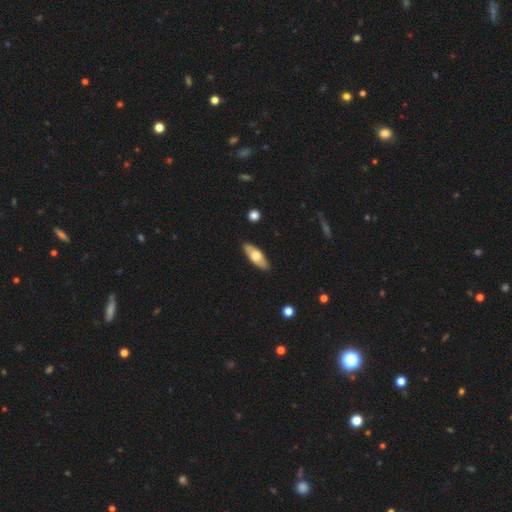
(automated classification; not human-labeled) The model was most divided on "smooth or featured": smooth: 56%, featured or disk: 38%, star or artifact: 6%. More confident: merging — none (86%); how rounded — in between (73%).